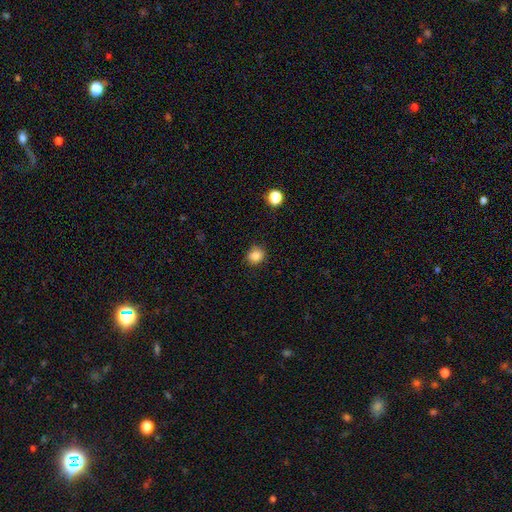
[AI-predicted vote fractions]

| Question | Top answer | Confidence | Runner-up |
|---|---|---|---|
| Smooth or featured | smooth | 85% | star or artifact (11%) |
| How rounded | round | 80% | in between (19%) |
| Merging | none | 87% | minor disturbance (9%) |